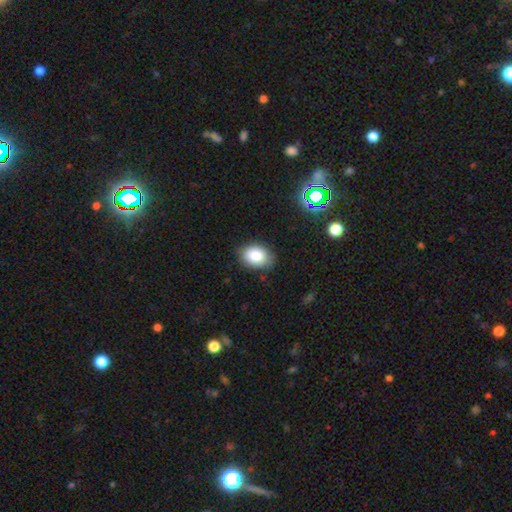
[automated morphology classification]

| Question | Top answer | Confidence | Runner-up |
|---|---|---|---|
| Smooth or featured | smooth | 84% | star or artifact (9%) |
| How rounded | in between | 77% | round (22%) |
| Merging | none | 81% | minor disturbance (15%) |